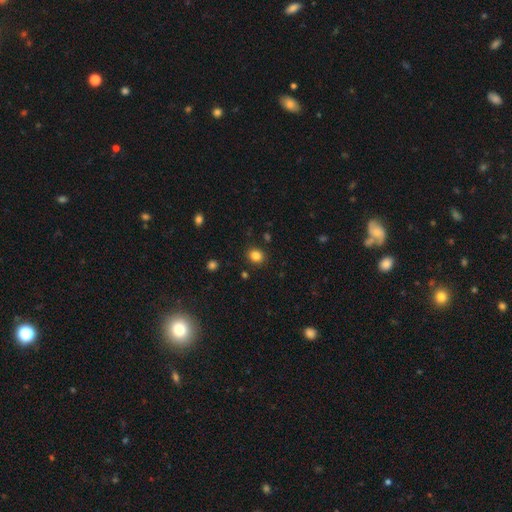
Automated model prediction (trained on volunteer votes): Q: Smooth or featured?
A: smooth (84%); runner-up: star or artifact (12%)
Q: How rounded?
A: round (70%); runner-up: in between (29%)
Q: Merging?
A: none (88%); runner-up: minor disturbance (7%)